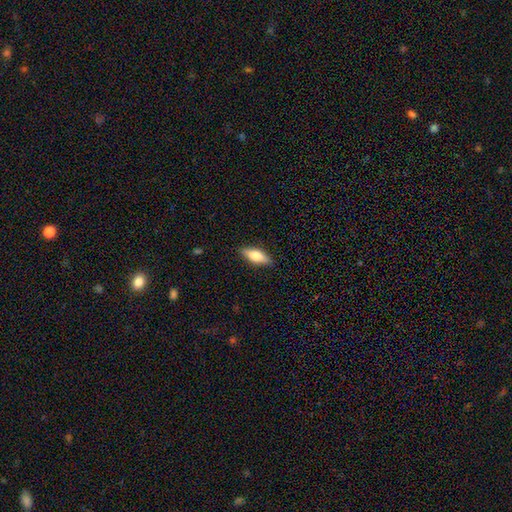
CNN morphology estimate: Q: Smooth or featured?
A: smooth (70%); runner-up: featured or disk (24%)
Q: How rounded?
A: in between (72%); runner-up: cigar-shaped (26%)
Q: Merging?
A: none (87%); runner-up: minor disturbance (10%)